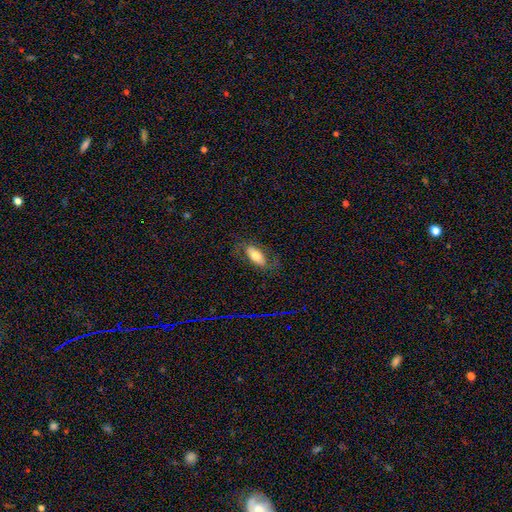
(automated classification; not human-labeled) Morphology: type=smooth (63%); roundness=in between (83%); merging=none (73%).